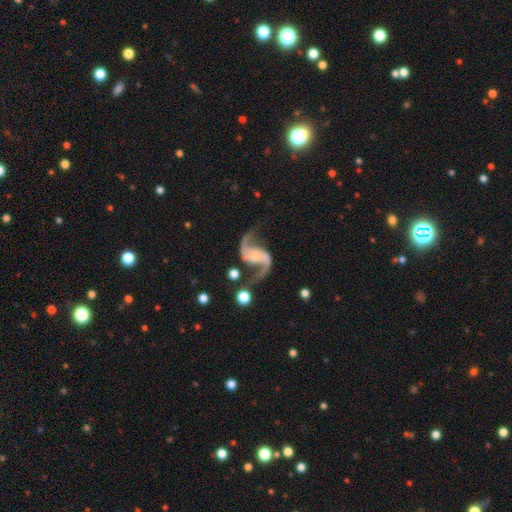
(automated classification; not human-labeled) Smooth or featured?
  - featured or disk: 93% *
  - star or artifact: 4%
  - smooth: 3%
Edge-on disk?
  - no: 98% *
  - yes: 2%
Bar?
  - no: 49% *
  - weak: 34%
  - strong: 18%
Spiral arms?
  - yes: 98% *
  - no: 2%
Spiral winding?
  - loose: 73% *
  - medium: 23%
  - tight: 4%
Spiral arm count?
  - 2: 95% *
  - 1: 1%
  - can't tell: 1%
  - 3: 1%
  - 4: 1%
  - more than 4: 1%
Bulge size?
  - small: 63% *
  - moderate: 28%
  - none: 5%
  - large: 3%
  - dominant: 1%
Merging?
  - none: 68% *
  - minor disturbance: 15%
  - major disturbance: 12%
  - merger: 6%